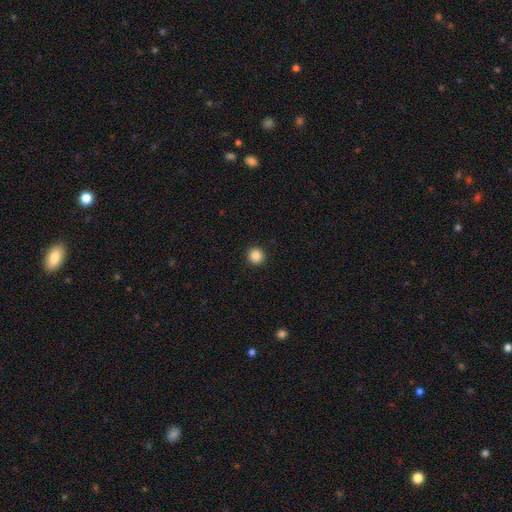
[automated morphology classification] Smooth or featured?
  - smooth: 87% *
  - star or artifact: 10%
  - featured or disk: 3%
How rounded?
  - round: 95% *
  - in between: 4%
  - cigar-shaped: 1%
Merging?
  - none: 93% *
  - minor disturbance: 4%
  - major disturbance: 2%
  - merger: 1%